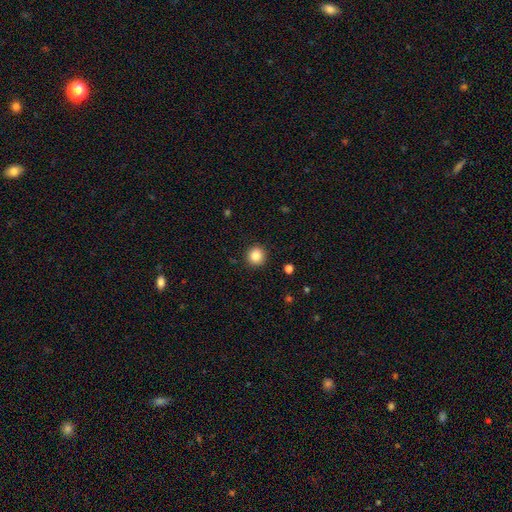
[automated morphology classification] smooth-or-featured: smooth: 86% | star or artifact: 10% | featured or disk: 4%
  how-rounded: round: 94% | in between: 5% | cigar-shaped: 1%
  merging: none: 91% | minor disturbance: 5% | major disturbance: 2% | merger: 1%